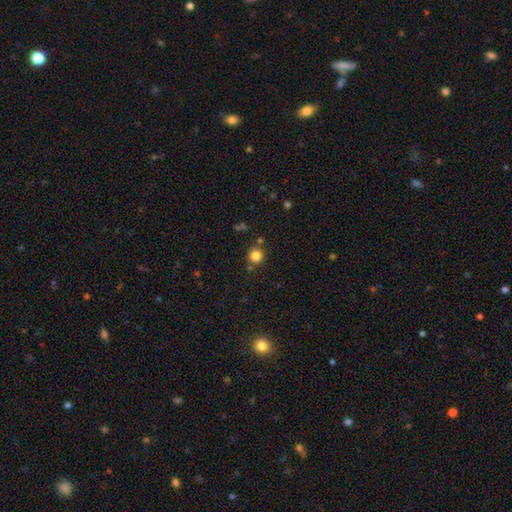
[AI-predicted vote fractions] A smooth galaxy with no disk features (83%) that is round (92%). Merging: none (82%).